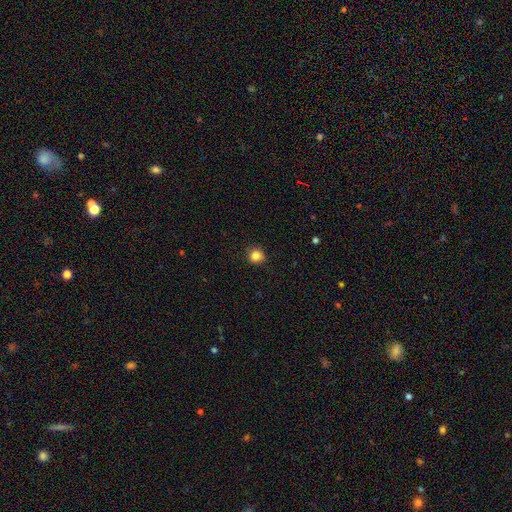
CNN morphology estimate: Overall: smooth (84%). How rounded: round (88%). Merging: none (88%).